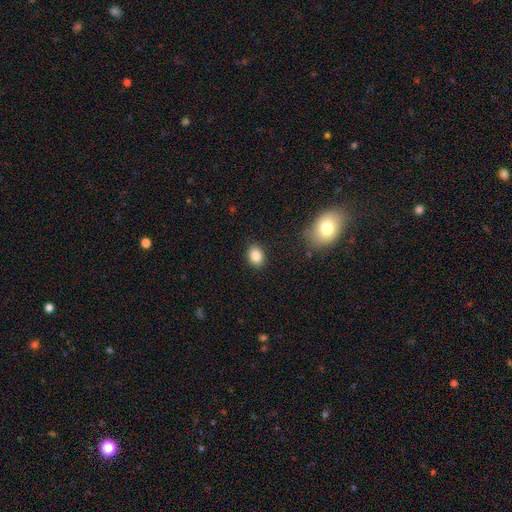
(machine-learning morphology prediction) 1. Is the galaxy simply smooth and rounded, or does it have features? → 86% smooth, 9% star or artifact, 5% featured or disk.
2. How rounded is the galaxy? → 65% in between, 34% round, 1% cigar-shaped.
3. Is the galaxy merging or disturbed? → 87% none, 9% minor disturbance, 3% major disturbance, 1% merger.